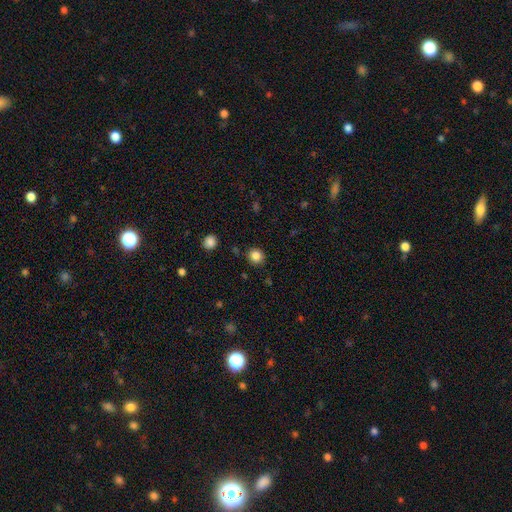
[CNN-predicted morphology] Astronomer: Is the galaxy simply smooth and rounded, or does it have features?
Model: smooth — 84%.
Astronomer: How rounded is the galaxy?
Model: round — 88%.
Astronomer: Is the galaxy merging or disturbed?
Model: none — 89%.